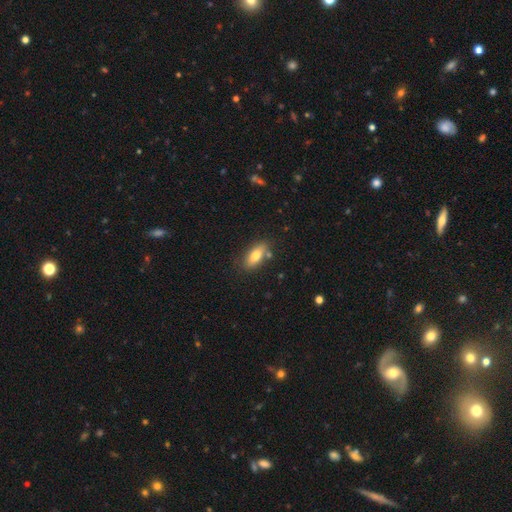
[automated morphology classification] smooth_or_featured: smooth (p=0.74) [alt: featured or disk p=0.19]
how_rounded: in between (p=0.82) [alt: cigar-shaped p=0.14]
merging: none (p=0.77) [alt: minor disturbance p=0.14]